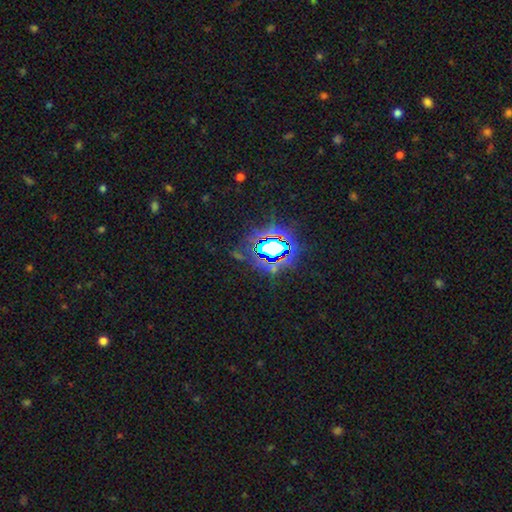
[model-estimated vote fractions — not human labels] Smooth or featured? Predicted: star or artifact (p=0.85).